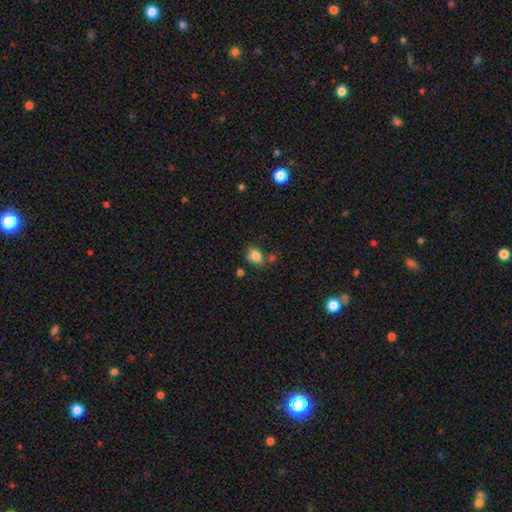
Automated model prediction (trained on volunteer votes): The model was most divided on "merging": none: 58%, minor disturbance: 22%, merger: 14%, major disturbance: 7%. More confident: smooth or featured — smooth (81%); how rounded — in between (68%).